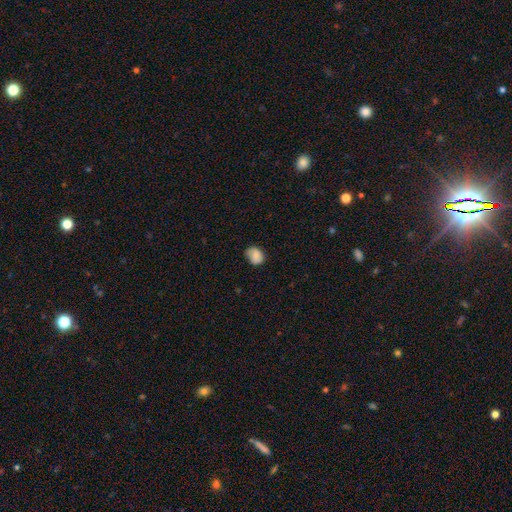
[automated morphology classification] The model was most divided on "how rounded": round: 50%, in between: 49%, cigar-shaped: 1%. More confident: smooth or featured — smooth (79%); merging — none (65%).